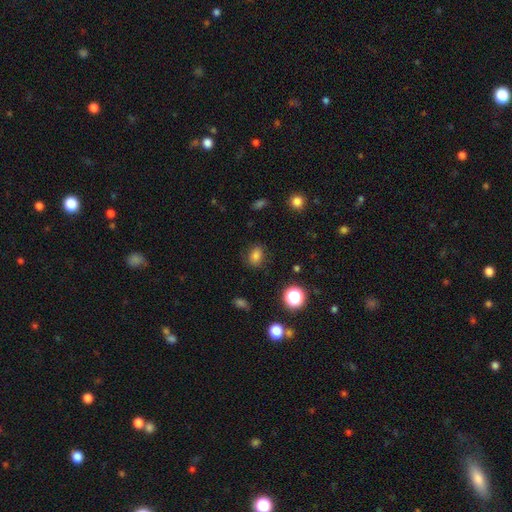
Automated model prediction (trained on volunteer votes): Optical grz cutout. It shows a smooth galaxy with no disk features (78%) that is in between round and cigar-shaped (64%). Merging: none (81%).